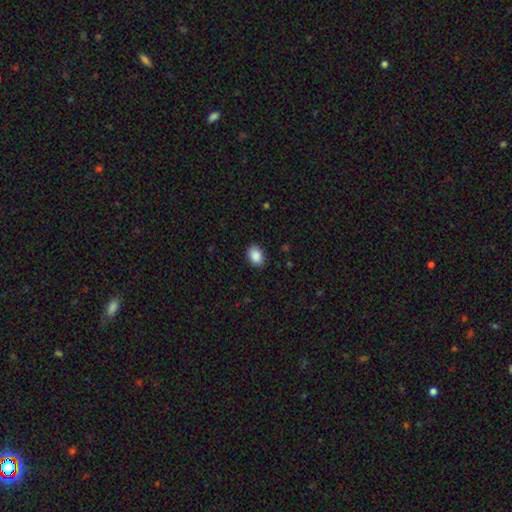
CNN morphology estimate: Smooth or featured?
  - smooth: 89% *
  - star or artifact: 8%
  - featured or disk: 3%
How rounded?
  - in between: 77% *
  - round: 22%
  - cigar-shaped: 1%
Merging?
  - none: 87% *
  - minor disturbance: 9%
  - major disturbance: 2%
  - merger: 1%